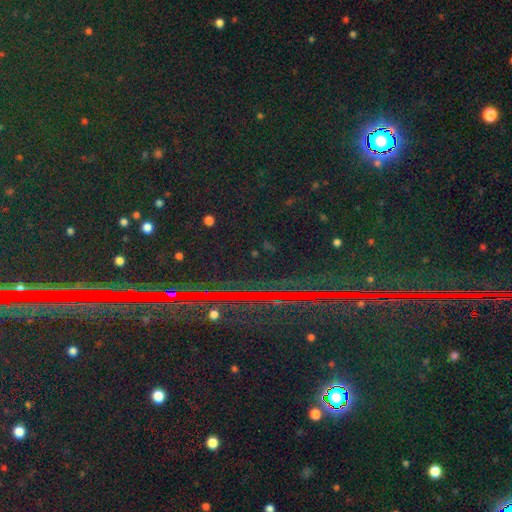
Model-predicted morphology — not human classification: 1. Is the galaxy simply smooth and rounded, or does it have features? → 84% star or artifact, 8% smooth, 7% featured or disk.